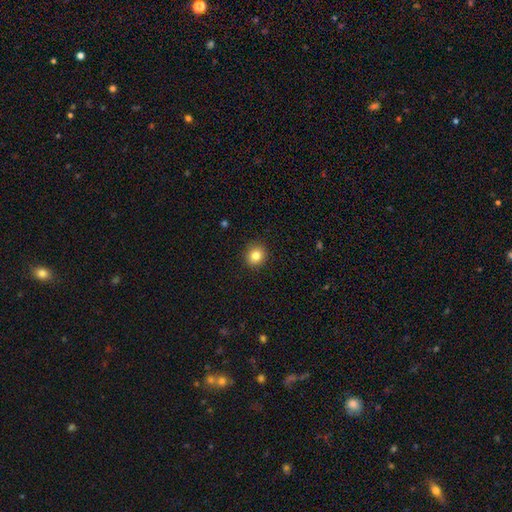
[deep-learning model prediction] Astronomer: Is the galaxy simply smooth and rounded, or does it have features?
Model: smooth — 84%.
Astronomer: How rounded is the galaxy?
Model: round — 78%.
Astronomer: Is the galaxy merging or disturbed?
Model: none — 90%.